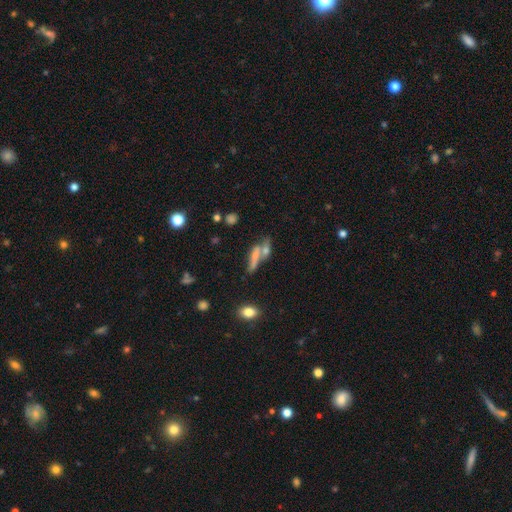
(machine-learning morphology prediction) This is possibly a smooth galaxy (57%). How rounded: likely cigar-shaped (65%). Merging: marginally merger (44%).